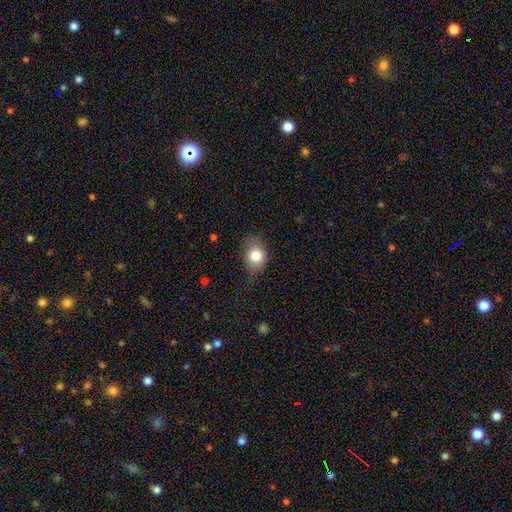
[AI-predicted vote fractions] Smooth or featured? Predicted: smooth (p=0.79). How rounded? Predicted: in between (p=0.51). Merging? Predicted: none (p=0.62).